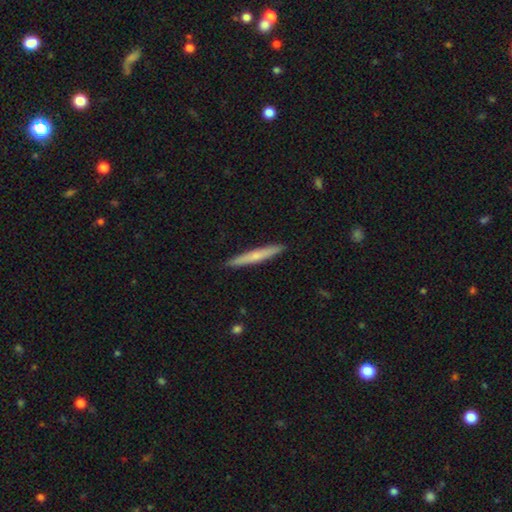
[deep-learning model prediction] Smooth or featured: smooth — 52% (featured or disk — 42%)
How rounded: cigar-shaped — 95% (in between — 3%)
Merging: none — 91% (minor disturbance — 6%)